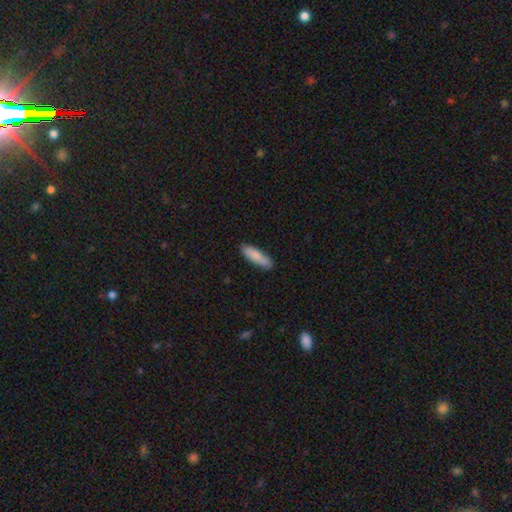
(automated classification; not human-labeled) A smooth galaxy with no disk features (85%) that is cigar-shaped (59%).

Vote fractions:
- Smooth or featured? smooth: 85% / featured or disk: 10% / star or artifact: 6%
- How rounded? cigar-shaped: 59% / in between: 39% / round: 2%
- Merging? none: 83% / minor disturbance: 13% / major disturbance: 2% / merger: 2%